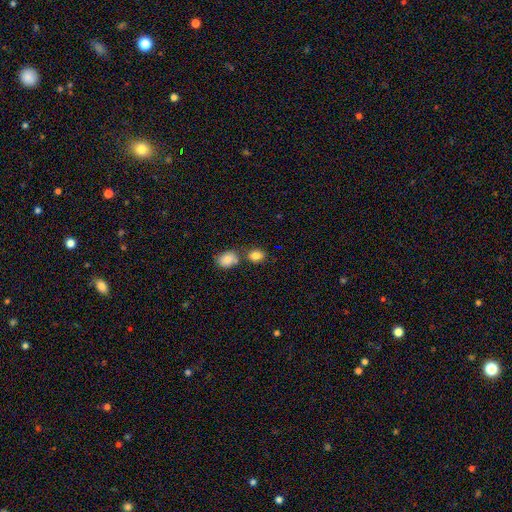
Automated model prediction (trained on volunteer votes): This appears to be a smooth galaxy with no disk features (84%) that is in between round and cigar-shaped (63%). Merging: none (62%).